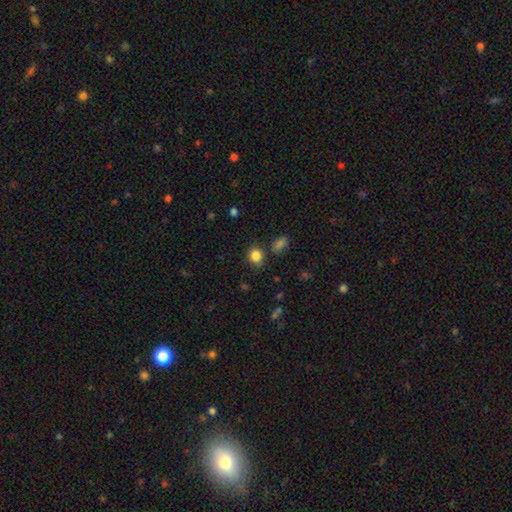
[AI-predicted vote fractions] The model was most divided on "how rounded": round: 76%, in between: 23%, cigar-shaped: 1%. More confident: smooth or featured — smooth (85%); merging — none (79%).